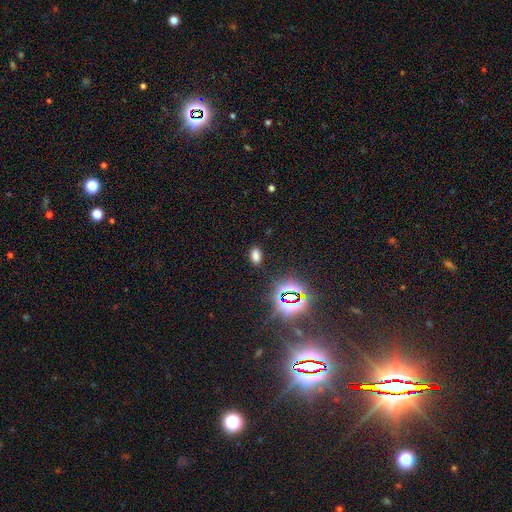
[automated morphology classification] This is likely a smooth galaxy (68%). How rounded: clearly in between (89%). Merging: clearly none (85%).